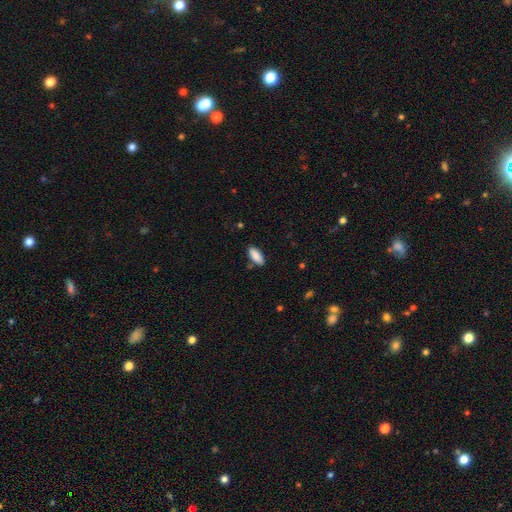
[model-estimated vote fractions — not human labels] Smooth or featured? Predicted: smooth (p=0.89). How rounded? Predicted: in between (p=0.80). Merging? Predicted: none (p=0.83).